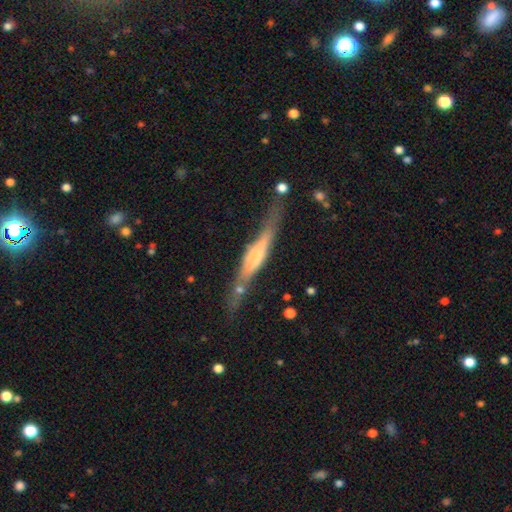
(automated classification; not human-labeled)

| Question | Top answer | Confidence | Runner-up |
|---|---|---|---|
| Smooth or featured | featured or disk | 62% | smooth (32%) |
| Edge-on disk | yes | 95% | no (5%) |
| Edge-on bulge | rounded | 48% | boxy (35%) |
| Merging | none | 73% | minor disturbance (18%) |